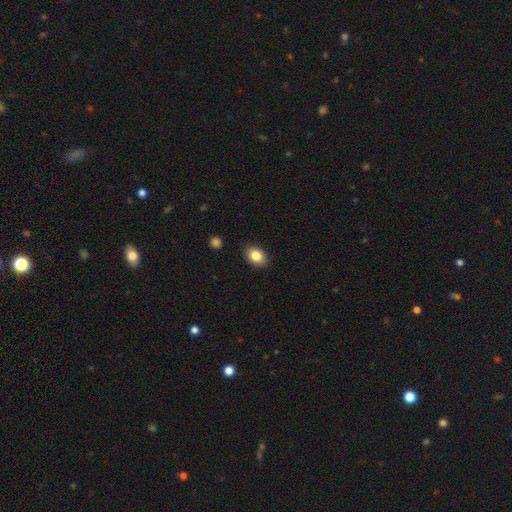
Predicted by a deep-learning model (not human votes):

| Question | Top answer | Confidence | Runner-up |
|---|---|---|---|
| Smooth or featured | smooth | 85% | star or artifact (8%) |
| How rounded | in between | 79% | round (20%) |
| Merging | none | 88% | minor disturbance (8%) |